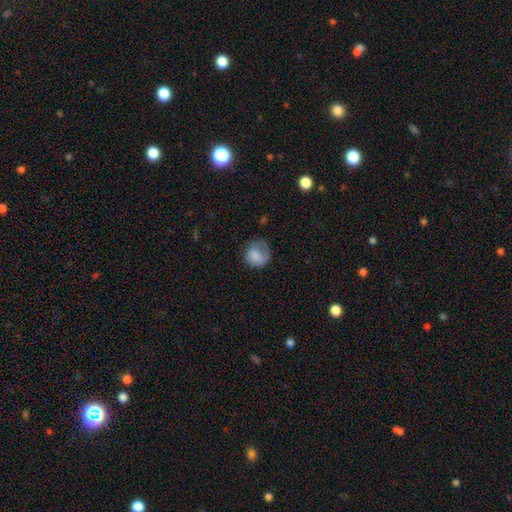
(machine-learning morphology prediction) Overall: smooth (78%). How rounded: round (79%). Merging: none (52%; minor disturbance 27%).